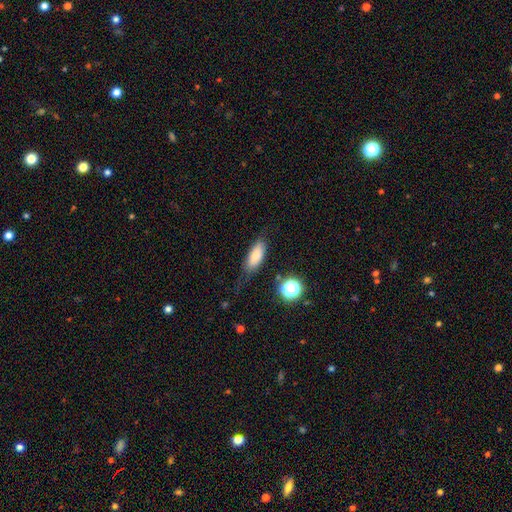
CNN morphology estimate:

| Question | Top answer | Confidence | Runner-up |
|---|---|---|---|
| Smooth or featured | smooth | 78% | featured or disk (13%) |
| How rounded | in between | 77% | cigar-shaped (19%) |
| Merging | none | 64% | minor disturbance (24%) |